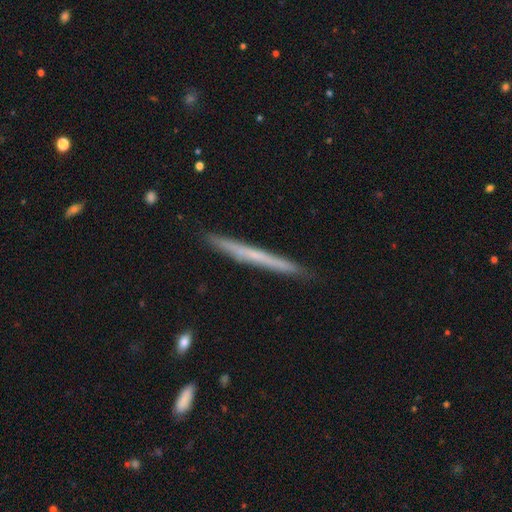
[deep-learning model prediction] This appears to be a featured or disk galaxy (50%) viewed edge-on (97%). Merging: none (90%).